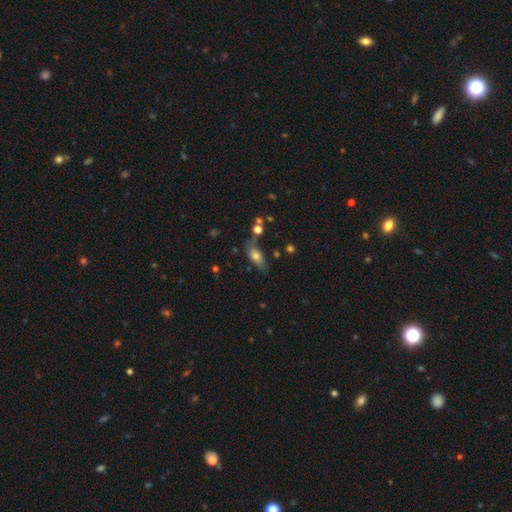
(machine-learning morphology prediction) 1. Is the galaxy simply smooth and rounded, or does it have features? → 70% smooth, 20% featured or disk, 10% star or artifact.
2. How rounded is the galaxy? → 78% in between, 15% cigar-shaped, 6% round.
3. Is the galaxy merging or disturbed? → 55% none, 23% minor disturbance, 12% merger, 10% major disturbance.